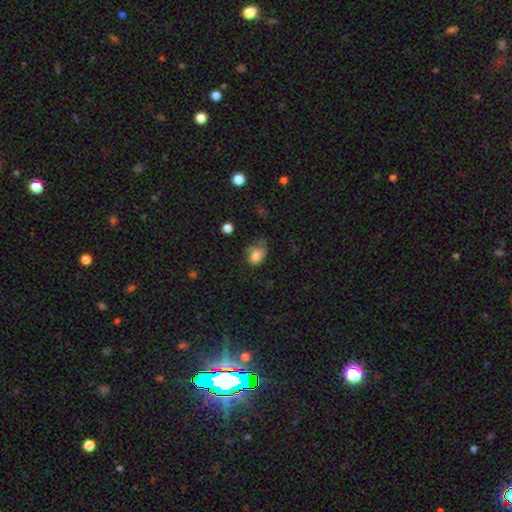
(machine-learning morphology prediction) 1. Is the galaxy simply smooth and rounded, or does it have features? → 78% smooth, 11% featured or disk, 10% star or artifact.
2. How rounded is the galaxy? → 72% in between, 27% round, 1% cigar-shaped.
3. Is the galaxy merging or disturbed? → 35% minor disturbance, 32% none, 29% major disturbance, 3% merger.